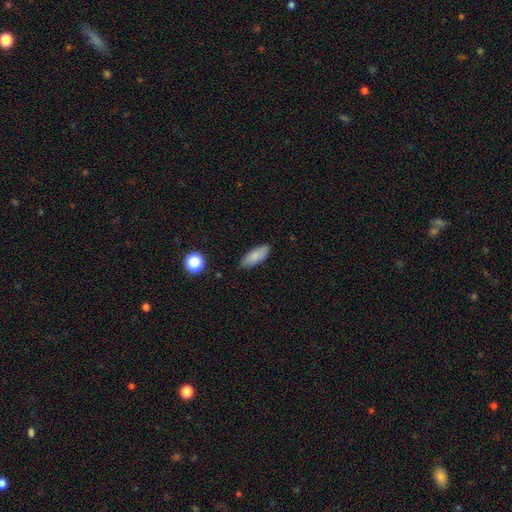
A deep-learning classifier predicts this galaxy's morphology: This appears to be a smooth galaxy with no disk features (84%) that is in between round and cigar-shaped (73%). Merging: none (84%).